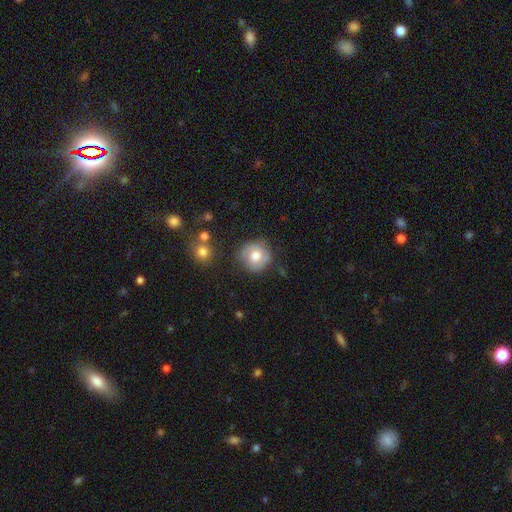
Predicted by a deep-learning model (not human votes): Morphology: type=smooth (58%); roundness=round (87%); merging=none (72%).